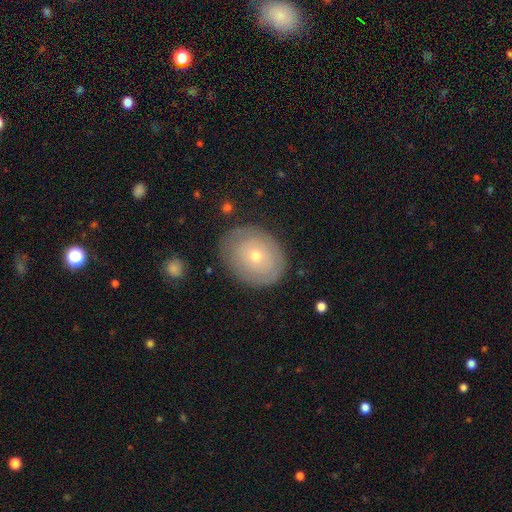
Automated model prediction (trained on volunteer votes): Smooth or featured: smooth — 50% (featured or disk — 42%)
Merging: none — 79% (minor disturbance — 15%)